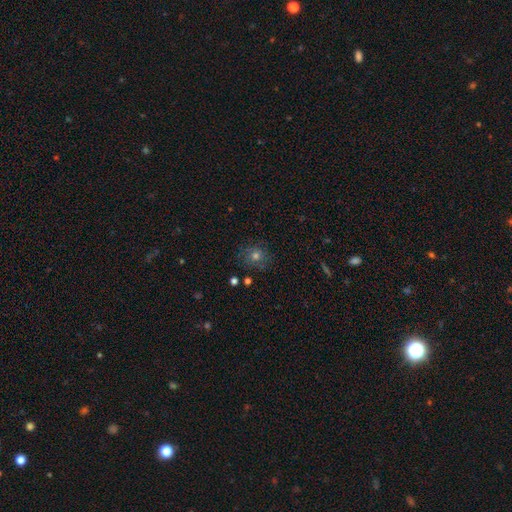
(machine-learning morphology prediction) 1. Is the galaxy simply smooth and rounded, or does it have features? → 58% smooth, 25% star or artifact, 17% featured or disk.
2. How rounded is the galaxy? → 85% round, 14% in between, 1% cigar-shaped.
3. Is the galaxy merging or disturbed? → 82% none, 12% minor disturbance, 4% major disturbance, 2% merger.